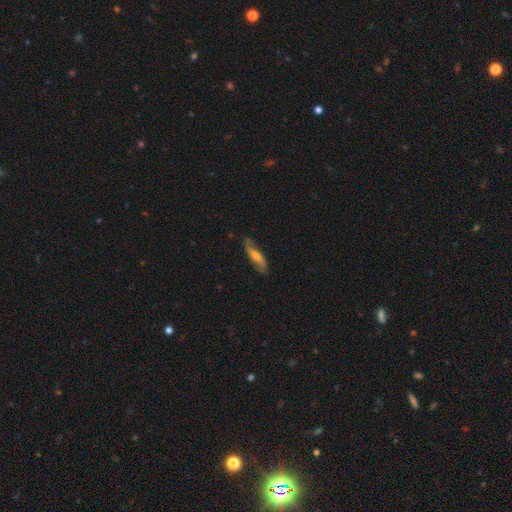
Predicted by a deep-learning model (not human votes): Smooth or featured? featured or disk (59%)
Edge-on disk? no (68%)
Merging? none (75%)